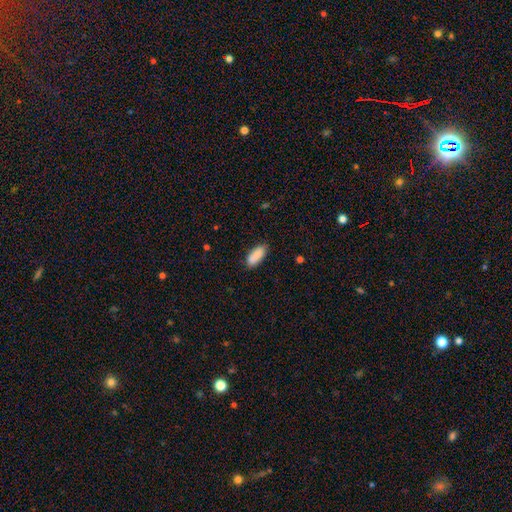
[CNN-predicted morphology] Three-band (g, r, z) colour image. It shows a smooth galaxy with no disk features (87%) that is in between round and cigar-shaped (83%). Merging: none (75%).